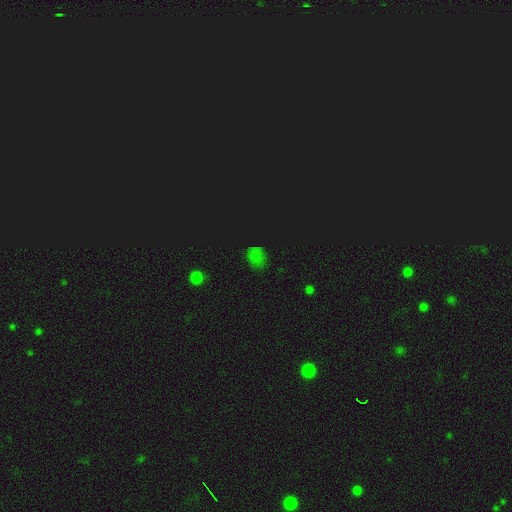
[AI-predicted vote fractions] Smooth or featured: smooth — 57% (star or artifact — 37%)
How rounded: round — 60% (in between — 38%)
Merging: none — 77% (minor disturbance — 16%)